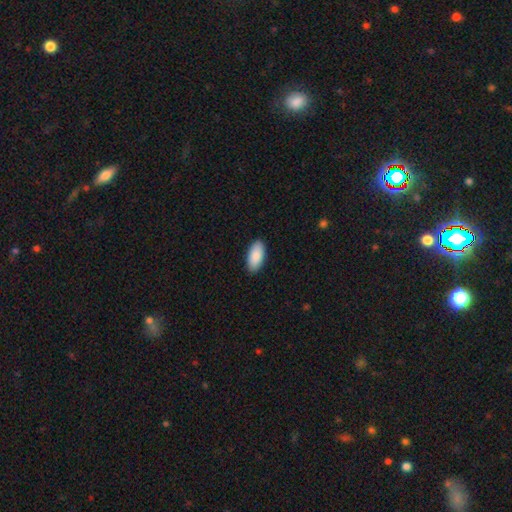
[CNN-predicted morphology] The model was most divided on "merging": none: 89%, minor disturbance: 8%, major disturbance: 2%, merger: 1%. More confident: how rounded — in between (94%); smooth or featured — smooth (91%).